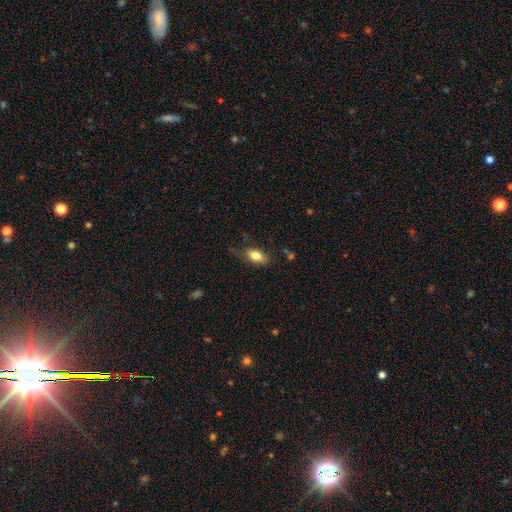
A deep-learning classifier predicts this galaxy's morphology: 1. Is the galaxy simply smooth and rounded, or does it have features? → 80% smooth, 13% featured or disk, 8% star or artifact.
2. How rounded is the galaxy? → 86% in between, 8% cigar-shaped, 6% round.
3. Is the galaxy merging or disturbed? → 65% none, 25% minor disturbance, 9% major disturbance, 2% merger.